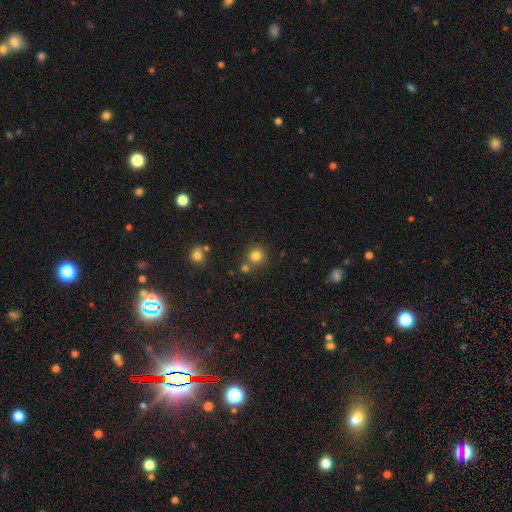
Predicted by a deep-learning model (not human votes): Overall: smooth (80%). How rounded: round (92%). Merging: none (72%).